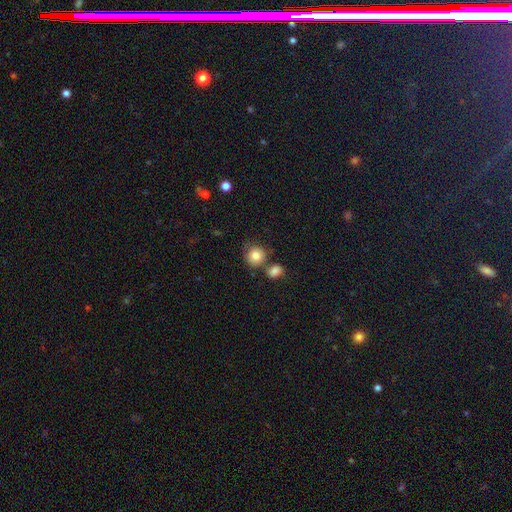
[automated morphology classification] smooth_or_featured: smooth (p=0.82) [alt: featured or disk p=0.09]
how_rounded: round (p=0.87) [alt: in between p=0.12]
merging: none (p=0.62) [alt: merger p=0.20]